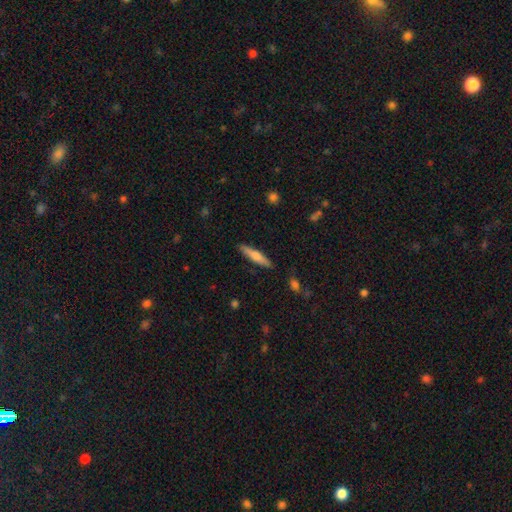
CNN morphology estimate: Q: Smooth or featured?
A: smooth (61%); runner-up: featured or disk (34%)
Q: How rounded?
A: cigar-shaped (87%); runner-up: in between (11%)
Q: Merging?
A: none (88%); runner-up: minor disturbance (8%)